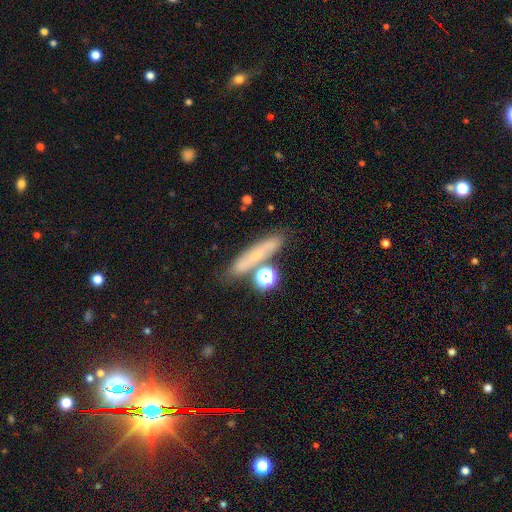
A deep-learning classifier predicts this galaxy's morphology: Smooth or featured? Predicted: smooth (p=0.52). How rounded? Predicted: cigar-shaped (p=0.65). Merging? Predicted: none (p=0.70).